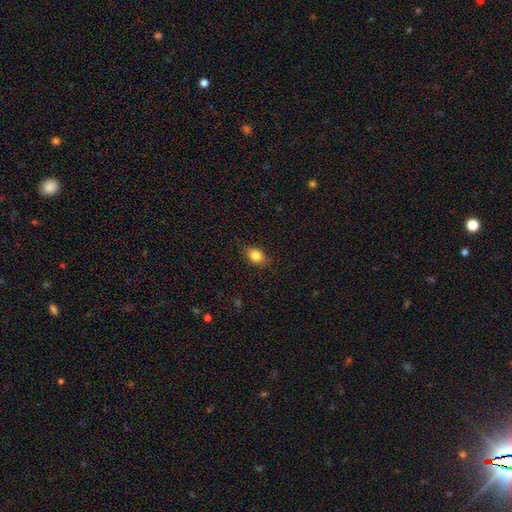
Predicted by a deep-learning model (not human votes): smooth_or_featured: smooth (p=0.84) [alt: star or artifact p=0.09]
how_rounded: in between (p=0.72) [alt: round p=0.26]
merging: none (p=0.85) [alt: minor disturbance p=0.11]